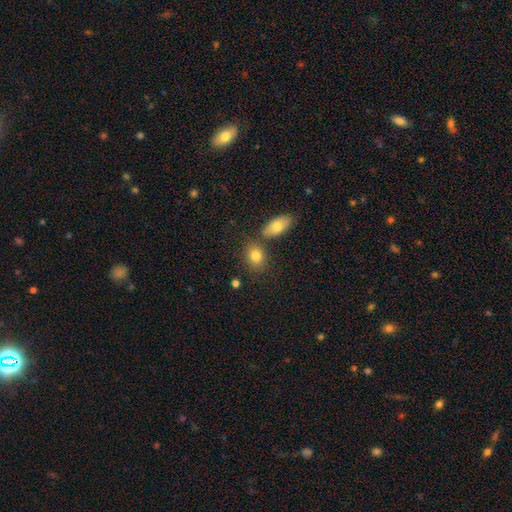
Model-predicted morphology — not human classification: smooth 82%, featured or disk 9%, star or artifact 9%. Down the decision tree: how rounded — in between (63%); merging — none (68%).